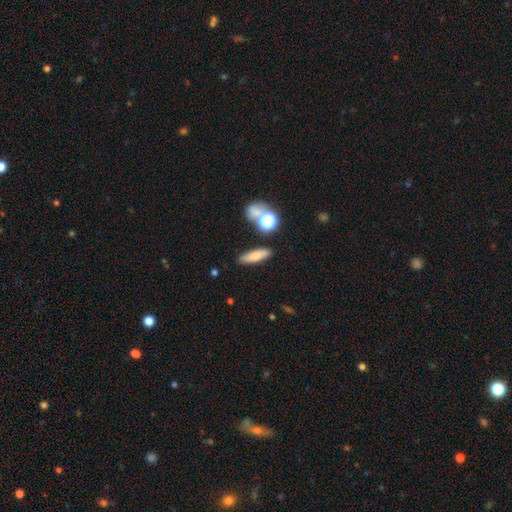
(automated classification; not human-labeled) The model was most divided on "how rounded": cigar-shaped: 55%, in between: 36%, round: 9%. More confident: merging — none (80%); smooth or featured — smooth (72%).